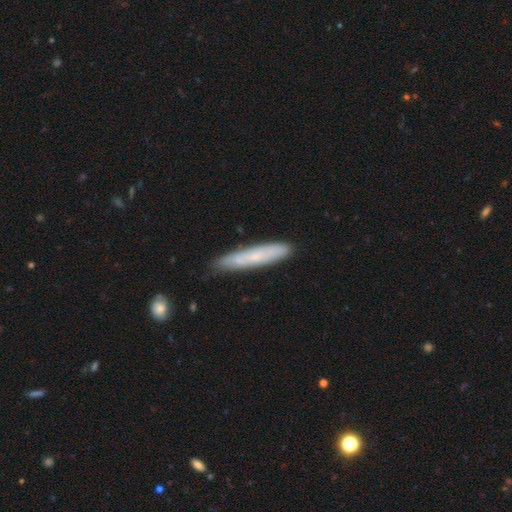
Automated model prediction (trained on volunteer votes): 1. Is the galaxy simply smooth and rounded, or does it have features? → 58% smooth, 35% featured or disk, 7% star or artifact.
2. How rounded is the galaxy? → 92% cigar-shaped, 7% in between, 1% round.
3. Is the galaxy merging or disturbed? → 81% none, 15% minor disturbance, 2% major disturbance, 2% merger.